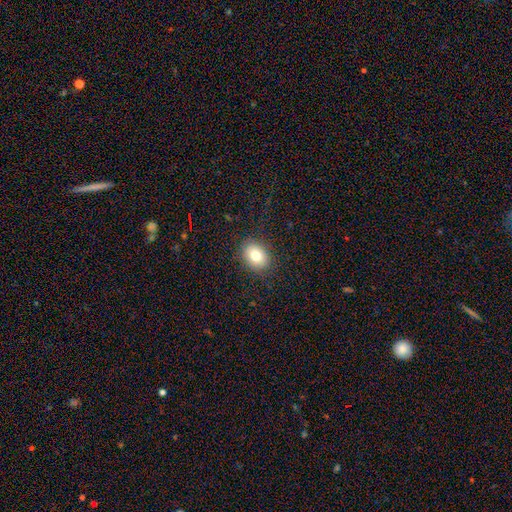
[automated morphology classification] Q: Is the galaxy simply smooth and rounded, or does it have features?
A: smooth — 80%.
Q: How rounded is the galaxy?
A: in between — 66%.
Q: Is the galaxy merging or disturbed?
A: none — 87%.